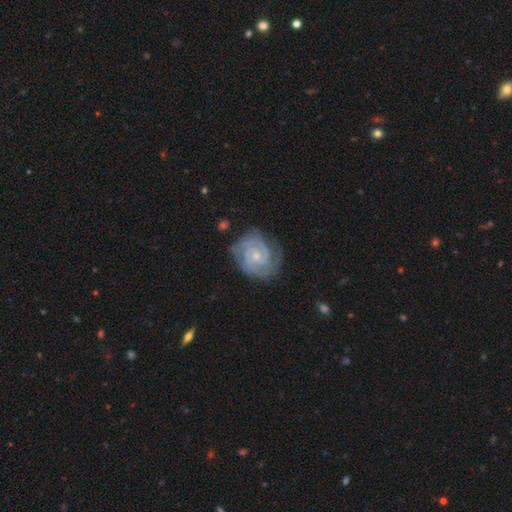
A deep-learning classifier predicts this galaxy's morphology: Smooth or featured: featured or disk — 89% (smooth — 7%)
Edge-on disk: no — 98% (yes — 2%)
Bar: no — 64% (weak — 30%)
Spiral arms: yes — 98% (no — 2%)
Spiral winding: tight — 70% (medium — 26%)
Spiral arm count: 2 — 46% (3 — 28%)
Bulge size: small — 70% (moderate — 26%)
Merging: none — 75% (minor disturbance — 18%)